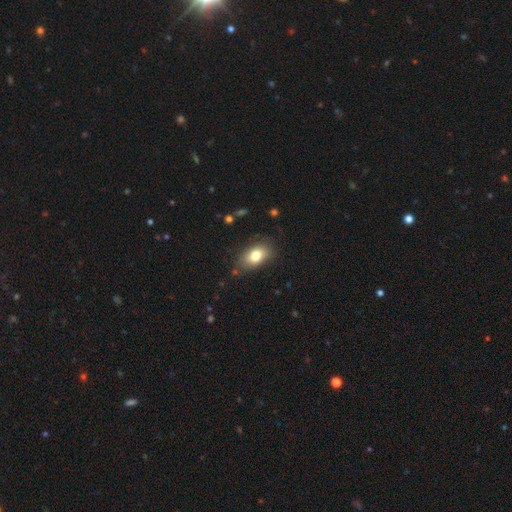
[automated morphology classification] A smooth galaxy with no disk features (78%) that is in between round and cigar-shaped (86%). Merging: none (79%).